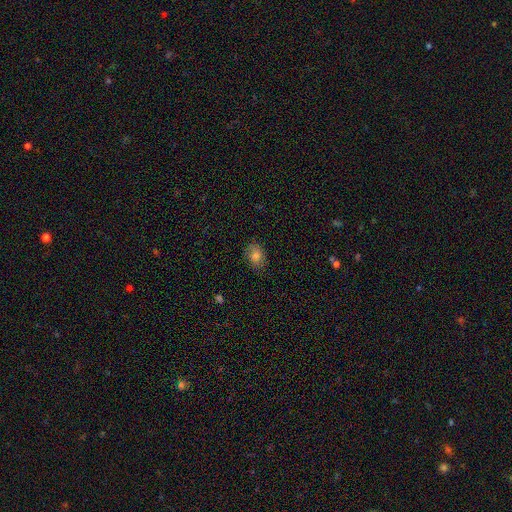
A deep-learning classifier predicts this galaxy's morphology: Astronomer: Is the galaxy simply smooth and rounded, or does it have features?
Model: smooth — 78%.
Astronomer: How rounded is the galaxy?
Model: in between — 75%.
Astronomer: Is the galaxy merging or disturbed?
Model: none — 81%.